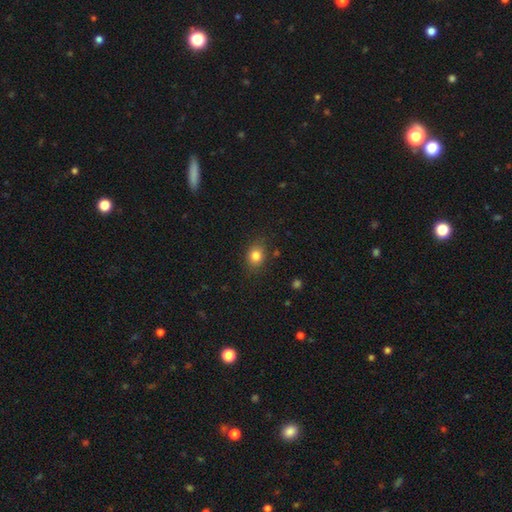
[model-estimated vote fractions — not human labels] Smooth or featured? Predicted: smooth (p=0.82). How rounded? Predicted: round (p=0.52). Merging? Predicted: none (p=0.83).